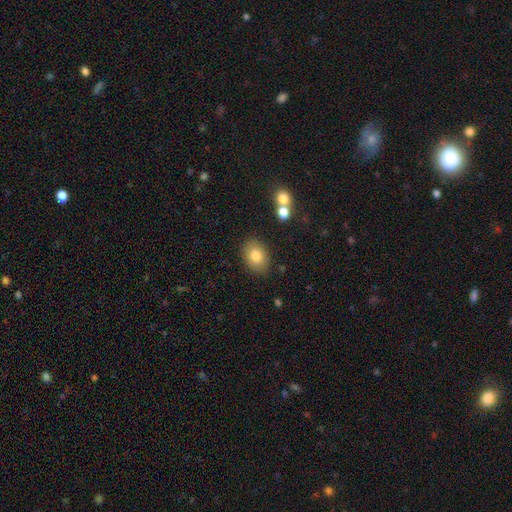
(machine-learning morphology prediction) A smooth galaxy with no disk features (81%) that is in between round and cigar-shaped (76%). Merging: none (84%).